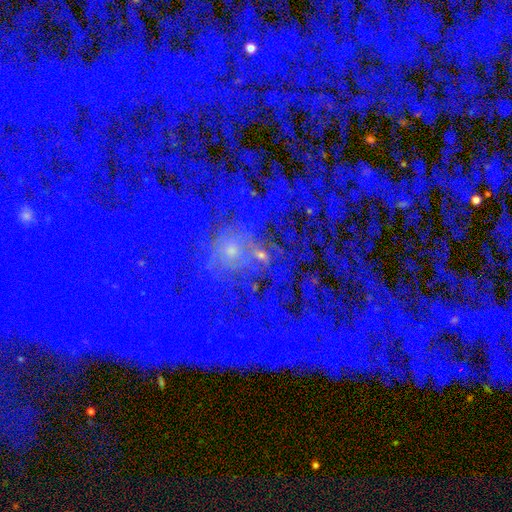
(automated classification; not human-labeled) Smooth or featured?
  - star or artifact: 61% *
  - featured or disk: 21%
  - smooth: 19%